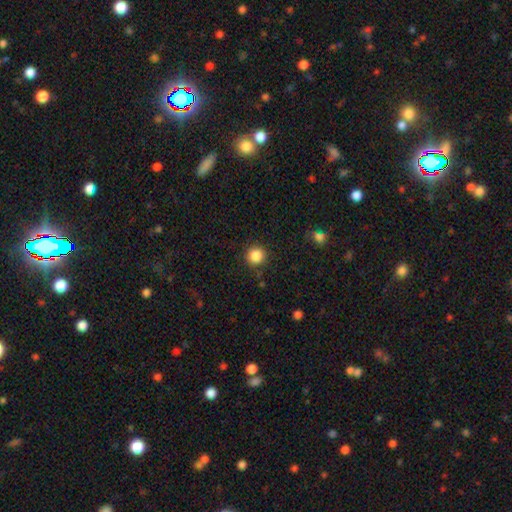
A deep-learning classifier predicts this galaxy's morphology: Q: Smooth or featured?
A: smooth (86%); runner-up: star or artifact (10%)
Q: How rounded?
A: round (93%); runner-up: in between (6%)
Q: Merging?
A: none (89%); runner-up: minor disturbance (7%)